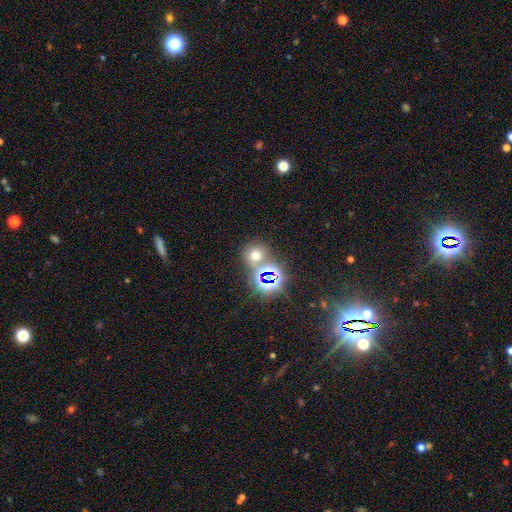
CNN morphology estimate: smooth-or-featured: smooth: 53% | star or artifact: 38% | featured or disk: 9%
  how-rounded: round: 85% | in between: 14% | cigar-shaped: 1%
  merging: none: 67% | merger: 22% | minor disturbance: 8% | major disturbance: 4%